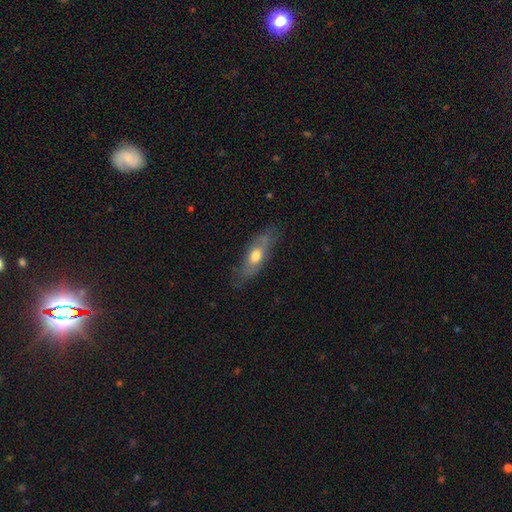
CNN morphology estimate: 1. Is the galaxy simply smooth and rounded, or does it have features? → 55% smooth, 39% featured or disk, 6% star or artifact.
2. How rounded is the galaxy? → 61% in between, 36% cigar-shaped, 3% round.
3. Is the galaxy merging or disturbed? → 73% none, 20% minor disturbance, 6% major disturbance, 1% merger.